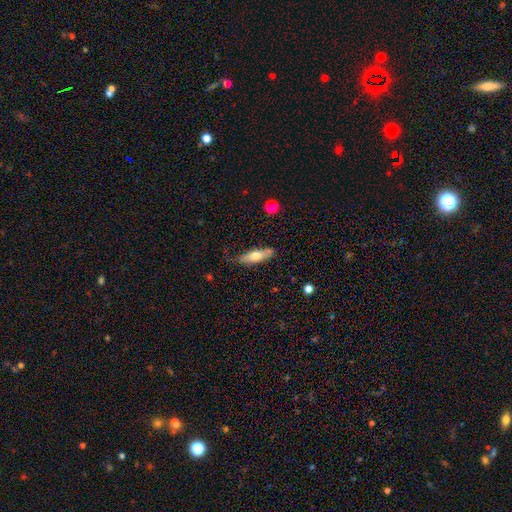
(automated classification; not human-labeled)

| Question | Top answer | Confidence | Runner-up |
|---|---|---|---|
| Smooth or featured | smooth | 63% | featured or disk (31%) |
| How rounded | cigar-shaped | 50% | in between (47%) |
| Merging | none | 62% | minor disturbance (26%) |